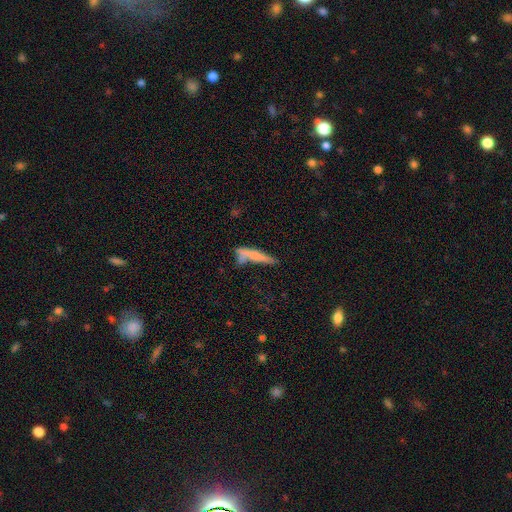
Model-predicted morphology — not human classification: Smooth or featured? Predicted: smooth (p=0.64). How rounded? Predicted: cigar-shaped (p=0.86). Merging? Predicted: none (p=0.45).